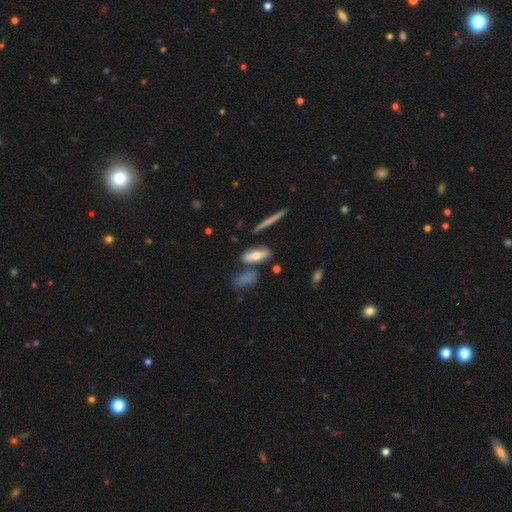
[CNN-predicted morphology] smooth_or_featured: smooth (p=0.63) [alt: featured or disk p=0.30]
how_rounded: in between (p=0.60) [alt: cigar-shaped p=0.36]
merging: none (p=0.73) [alt: minor disturbance p=0.14]